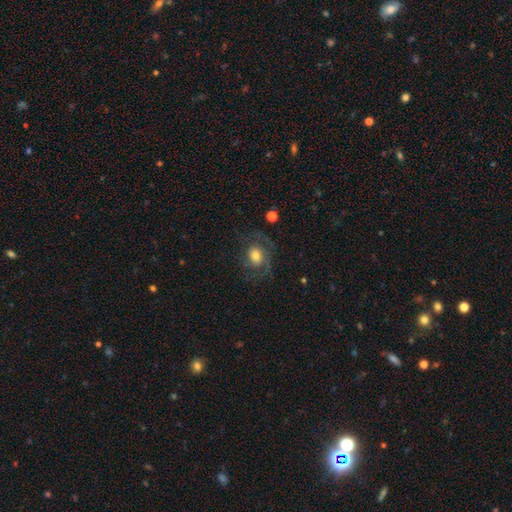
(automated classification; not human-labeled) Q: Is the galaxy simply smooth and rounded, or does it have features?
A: featured or disk — 51%.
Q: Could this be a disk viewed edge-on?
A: no — 96%.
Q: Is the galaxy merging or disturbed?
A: none — 59%.